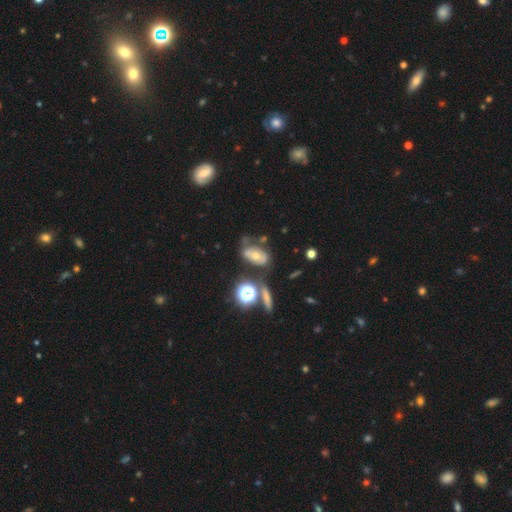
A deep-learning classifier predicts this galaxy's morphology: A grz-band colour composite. It shows a smooth galaxy with no disk features (45%). Merging: none (53%).